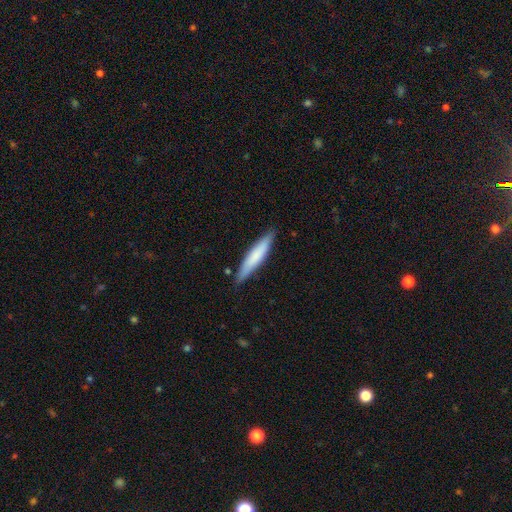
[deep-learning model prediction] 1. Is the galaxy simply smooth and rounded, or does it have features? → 72% smooth, 22% featured or disk, 5% star or artifact.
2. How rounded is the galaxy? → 88% cigar-shaped, 11% in between, 1% round.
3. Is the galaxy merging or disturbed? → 86% none, 11% minor disturbance, 2% major disturbance, 1% merger.